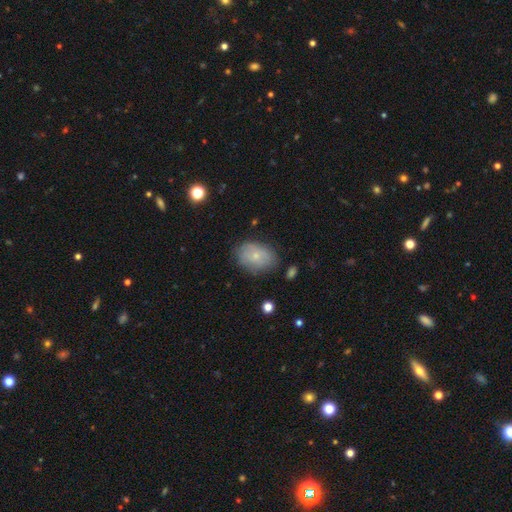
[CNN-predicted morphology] Smooth or featured? smooth (67%)
How rounded? in between (76%)
Merging? none (71%)